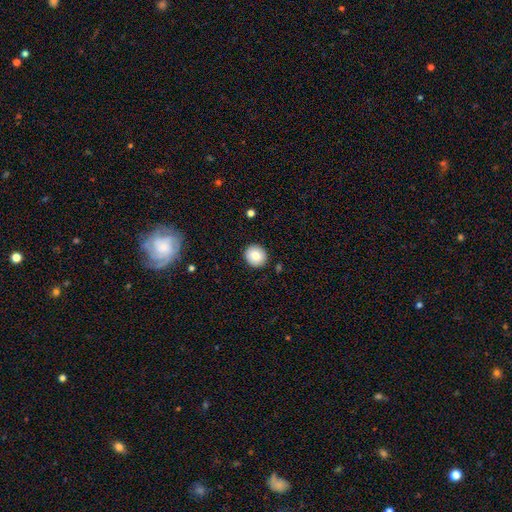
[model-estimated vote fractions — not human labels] A smooth galaxy with no disk features (82%) that is round (88%). Merging: none (91%).